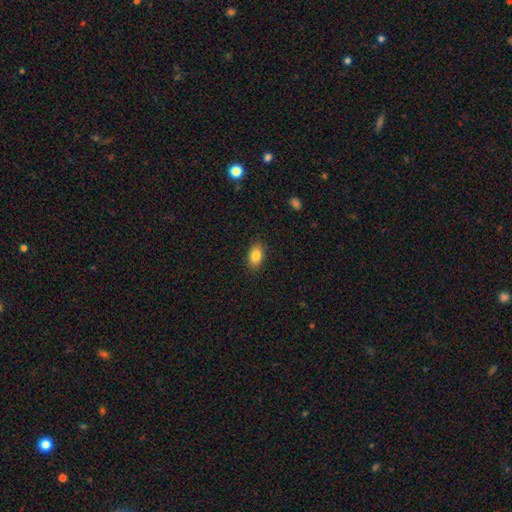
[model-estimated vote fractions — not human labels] smooth_or_featured: smooth (p=0.84) [alt: star or artifact p=0.08]
how_rounded: in between (p=0.85) [alt: round p=0.13]
merging: none (p=0.87) [alt: minor disturbance p=0.09]